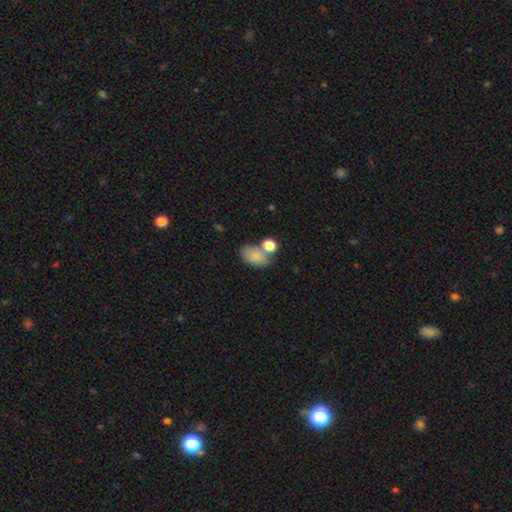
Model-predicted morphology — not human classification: Q: Smooth or featured?
A: smooth (82%); runner-up: star or artifact (9%)
Q: How rounded?
A: in between (83%); runner-up: round (15%)
Q: Merging?
A: none (49%); runner-up: merger (28%)